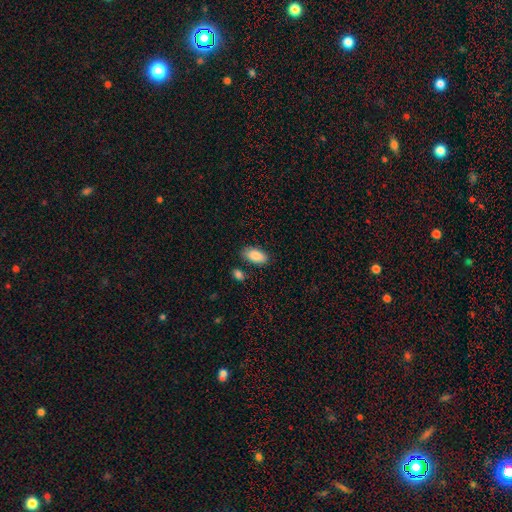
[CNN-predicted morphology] The model was most divided on "merging": none: 79%, minor disturbance: 13%, merger: 5%, major disturbance: 3%. More confident: how rounded — in between (93%); smooth or featured — smooth (87%).